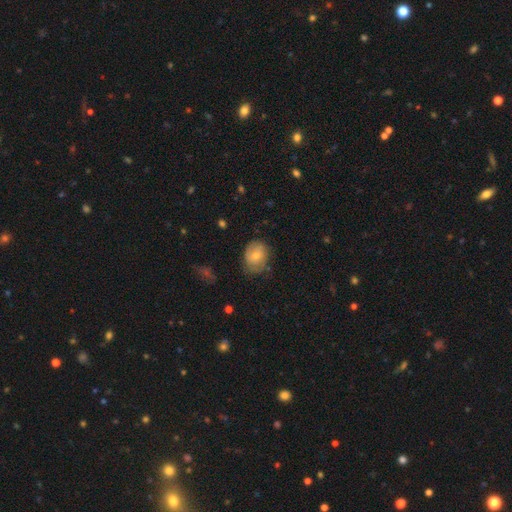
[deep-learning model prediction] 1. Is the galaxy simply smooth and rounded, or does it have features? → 67% smooth, 25% featured or disk, 8% star or artifact.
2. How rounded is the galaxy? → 52% round, 47% in between, 1% cigar-shaped.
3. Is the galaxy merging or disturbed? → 63% none, 28% minor disturbance, 8% major disturbance, 2% merger.